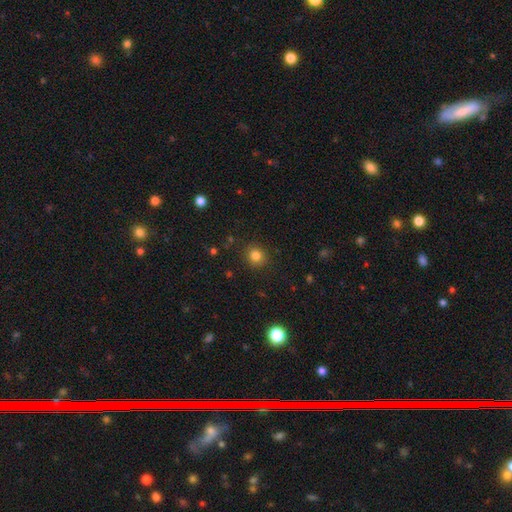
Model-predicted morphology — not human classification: The model was most divided on "smooth or featured": smooth: 81%, star or artifact: 13%, featured or disk: 6%. More confident: merging — none (89%); how rounded — round (86%).